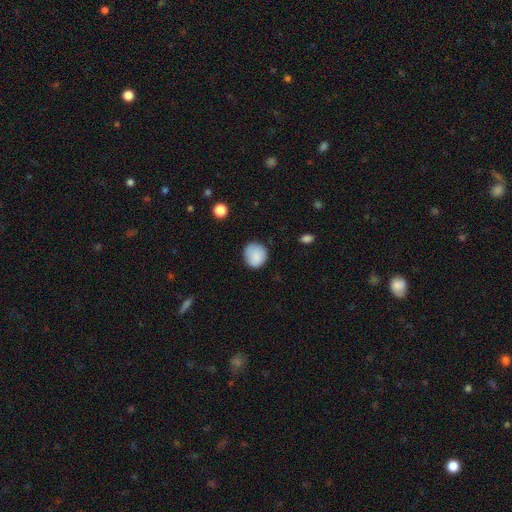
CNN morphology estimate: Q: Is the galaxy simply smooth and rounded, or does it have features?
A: smooth — 86%.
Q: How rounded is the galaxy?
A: round — 82%.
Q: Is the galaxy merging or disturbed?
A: none — 79%.